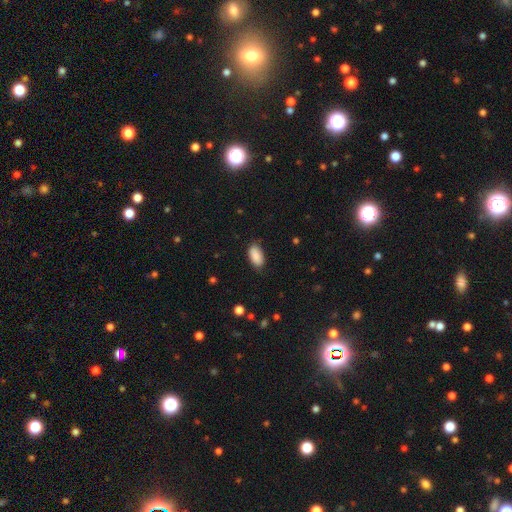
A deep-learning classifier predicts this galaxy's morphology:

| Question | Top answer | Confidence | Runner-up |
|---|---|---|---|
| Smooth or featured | smooth | 89% | star or artifact (7%) |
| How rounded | in between | 94% | round (3%) |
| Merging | none | 80% | minor disturbance (16%) |